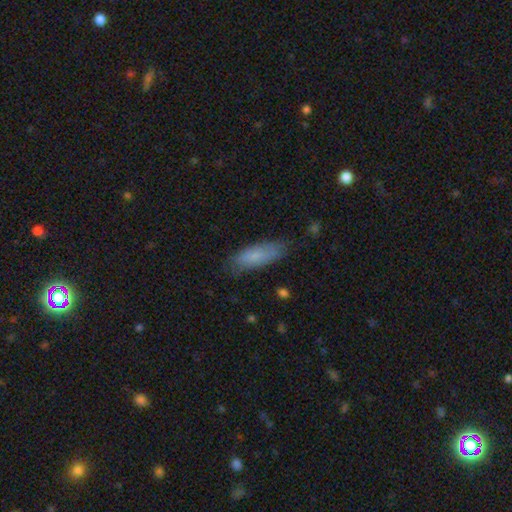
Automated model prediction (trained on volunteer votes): Q: Smooth or featured?
A: smooth (80%); runner-up: featured or disk (14%)
Q: How rounded?
A: in between (60%); runner-up: cigar-shaped (38%)
Q: Merging?
A: none (74%); runner-up: minor disturbance (20%)